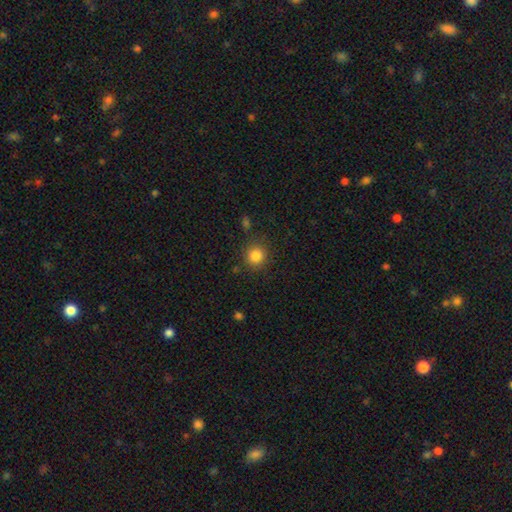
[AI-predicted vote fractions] Q: Smooth or featured?
A: smooth (84%); runner-up: star or artifact (11%)
Q: How rounded?
A: round (90%); runner-up: in between (9%)
Q: Merging?
A: none (85%); runner-up: minor disturbance (9%)